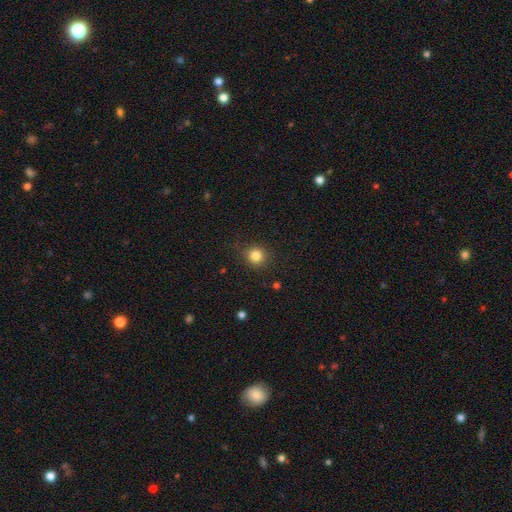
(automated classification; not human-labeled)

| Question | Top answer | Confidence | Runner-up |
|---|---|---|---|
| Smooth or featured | smooth | 83% | star or artifact (12%) |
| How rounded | round | 91% | in between (8%) |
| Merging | none | 86% | minor disturbance (10%) |